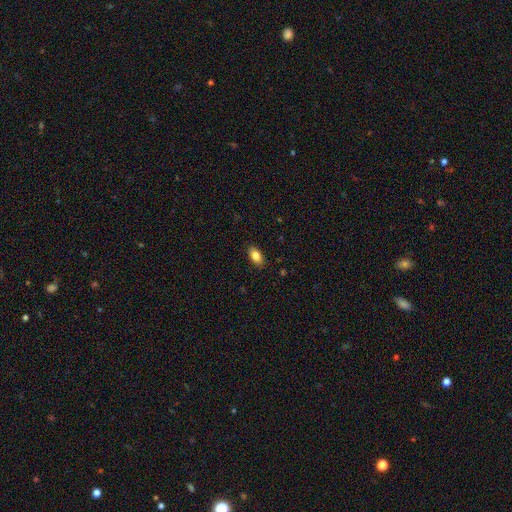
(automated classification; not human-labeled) A smooth galaxy with no disk features (84%) that is in between round and cigar-shaped (90%). Merging: none (88%).